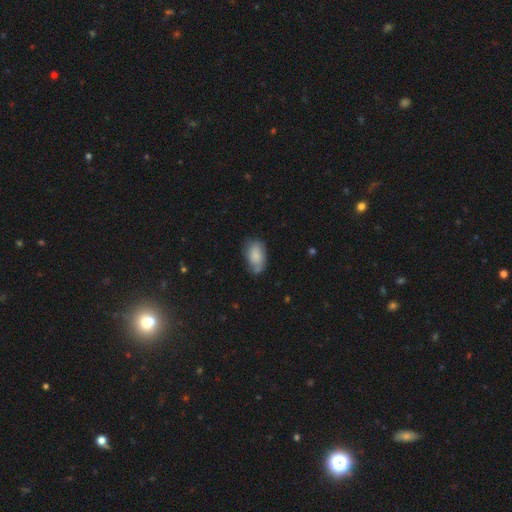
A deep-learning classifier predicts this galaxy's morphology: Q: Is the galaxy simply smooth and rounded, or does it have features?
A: smooth — 73%.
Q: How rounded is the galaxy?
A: in between — 92%.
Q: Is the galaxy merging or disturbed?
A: none — 59%.